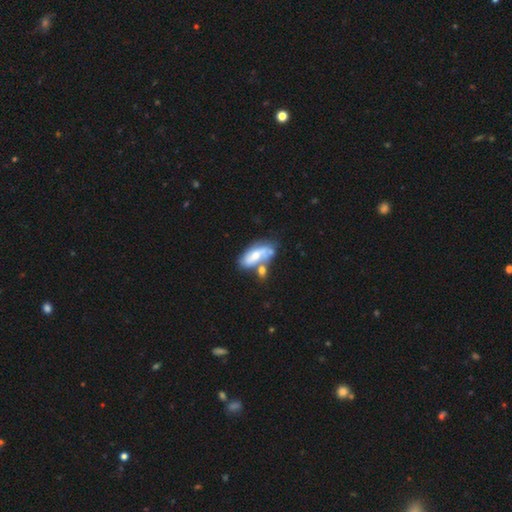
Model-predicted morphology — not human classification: Smooth or featured?
  - smooth: 50% *
  - featured or disk: 43%
  - star or artifact: 7%
Merging?
  - none: 36% *
  - merger: 35%
  - minor disturbance: 19%
  - major disturbance: 10%